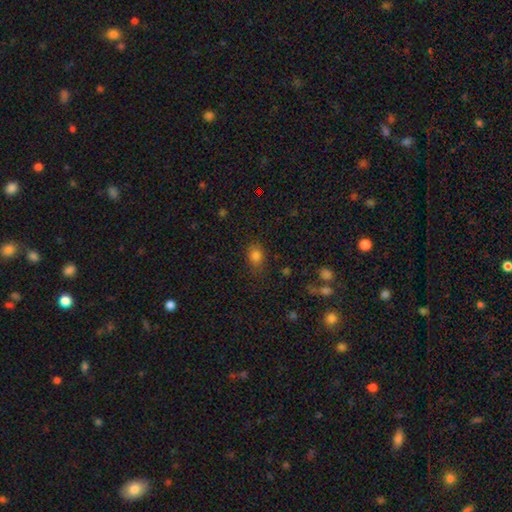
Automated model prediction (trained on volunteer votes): Morphology: type=smooth (80%); roundness=in between (63%); merging=none (75%).